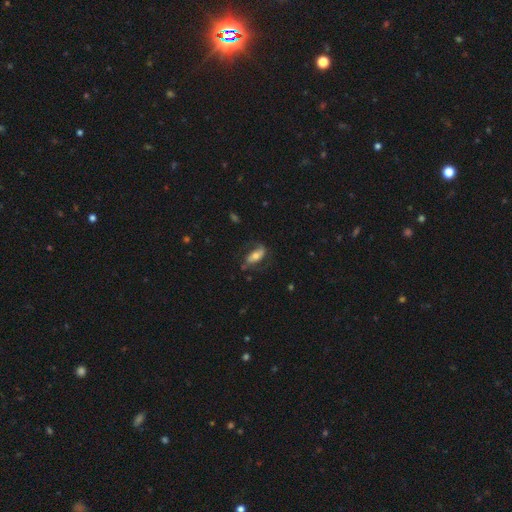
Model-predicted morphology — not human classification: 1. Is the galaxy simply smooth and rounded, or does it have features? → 51% featured or disk, 41% smooth, 8% star or artifact.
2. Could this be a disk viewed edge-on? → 85% no, 15% yes.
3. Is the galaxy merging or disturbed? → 61% none, 22% minor disturbance, 15% major disturbance, 2% merger.